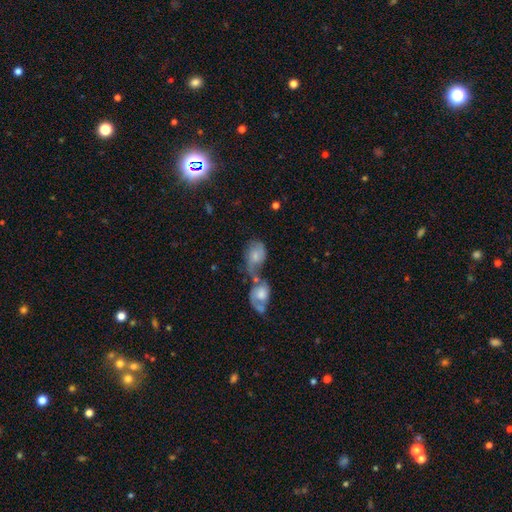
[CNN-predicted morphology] A smooth galaxy with no disk features (58%) that is in between round and cigar-shaped (75%).

Vote fractions:
- Smooth or featured? smooth: 58% / featured or disk: 34% / star or artifact: 9%
- How rounded? in between: 75% / round: 24% / cigar-shaped: 2%
- Merging? merger: 60% / none: 16% / major disturbance: 13% / minor disturbance: 11%